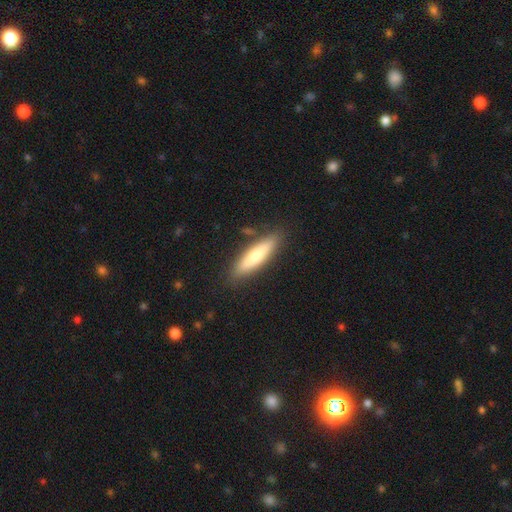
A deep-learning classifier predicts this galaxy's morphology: The model was most divided on "smooth or featured": smooth: 66%, featured or disk: 28%, star or artifact: 6%. More confident: merging — none (85%); how rounded — cigar-shaped (73%).